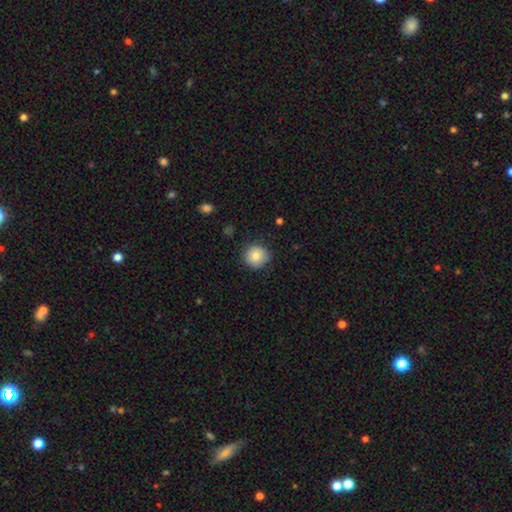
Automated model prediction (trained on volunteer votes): Smooth or featured? smooth (82%)
How rounded? round (92%)
Merging? none (85%)